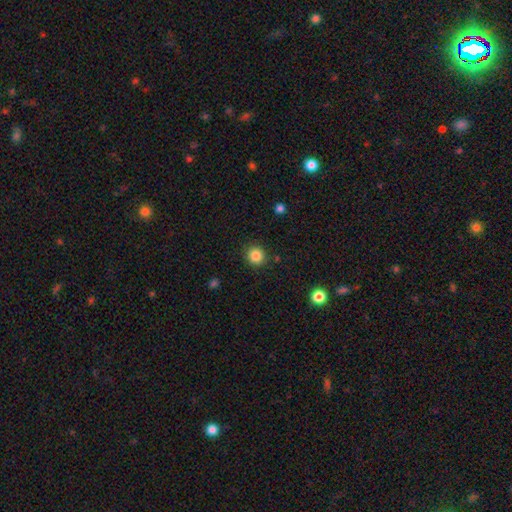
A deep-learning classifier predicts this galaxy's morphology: Overall: smooth (85%). How rounded: round (93%). Merging: none (90%).